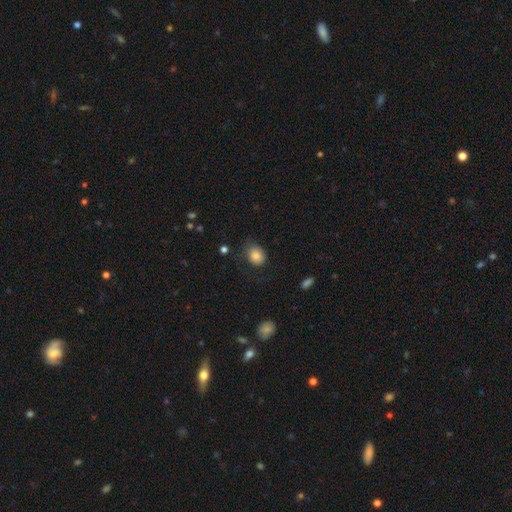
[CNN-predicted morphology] The model was most divided on "how rounded": round: 54%, in between: 45%, cigar-shaped: 1%. More confident: smooth or featured — smooth (83%); merging — none (67%).